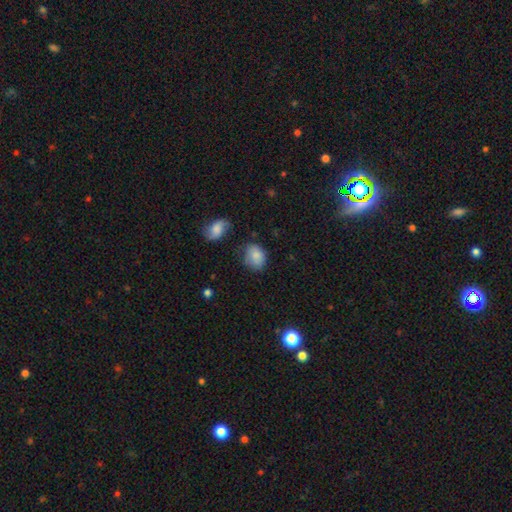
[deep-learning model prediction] This appears to be a smooth galaxy with no disk features (82%) that is in between round and cigar-shaped (61%). Merging: none (60%).